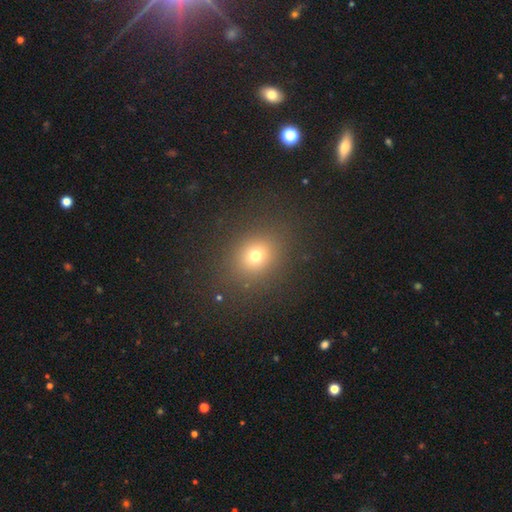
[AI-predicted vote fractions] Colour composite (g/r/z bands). It shows a smooth galaxy with no disk features (71%) that is round (67%). Merging: none (85%).